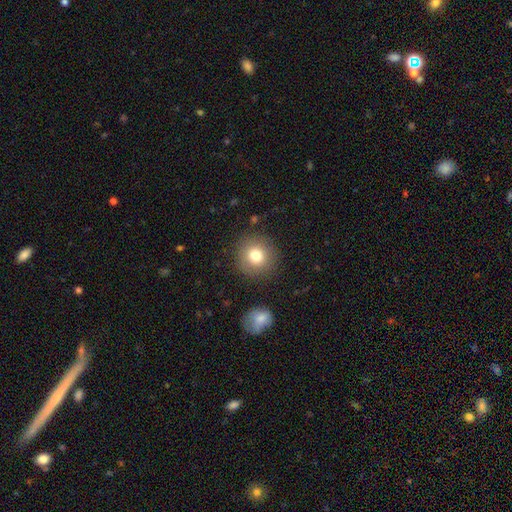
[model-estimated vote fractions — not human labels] This appears to be a smooth galaxy with no disk features (78%) that is round (93%). Merging: none (86%).